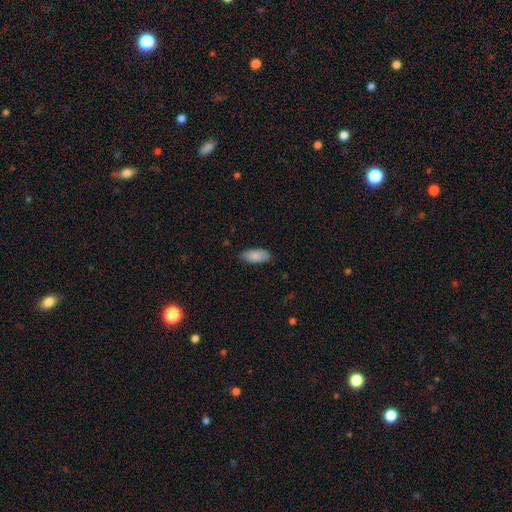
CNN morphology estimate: Smooth or featured: smooth — 87% (featured or disk — 7%)
How rounded: in between — 87% (cigar-shaped — 11%)
Merging: none — 81% (minor disturbance — 15%)